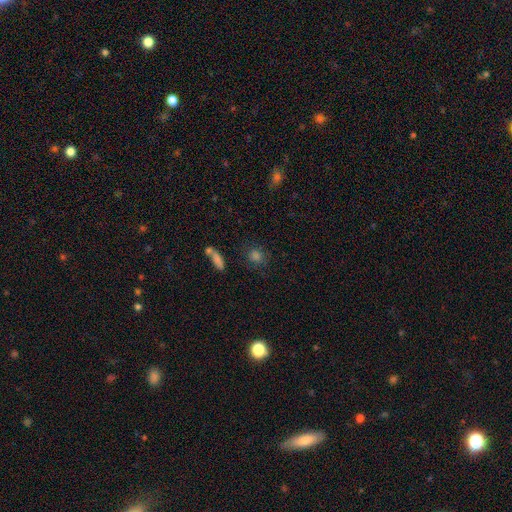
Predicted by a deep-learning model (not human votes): This appears to be a smooth galaxy with no disk features (76%) that is round (71%). Merging: none (79%).